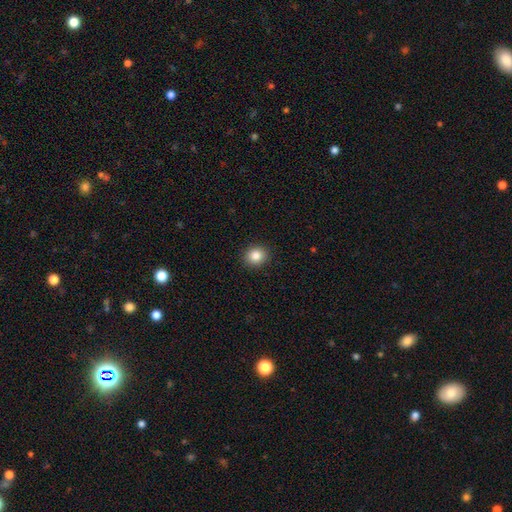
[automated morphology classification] A smooth galaxy with no disk features (85%) that is round (77%).

Vote fractions:
- Smooth or featured? smooth: 85% / star or artifact: 10% / featured or disk: 5%
- How rounded? round: 77% / in between: 22% / cigar-shaped: 1%
- Merging? none: 91% / minor disturbance: 6% / major disturbance: 2% / merger: 1%